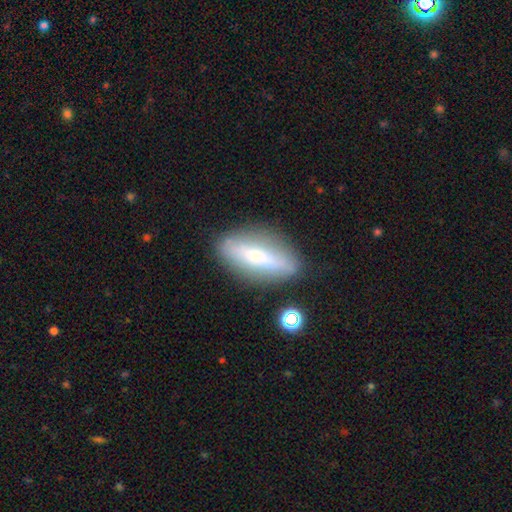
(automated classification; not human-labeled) Smooth or featured?
  - featured or disk: 47% *
  - smooth: 45%
  - star or artifact: 8%
Merging?
  - none: 79% *
  - minor disturbance: 14%
  - major disturbance: 5%
  - merger: 3%